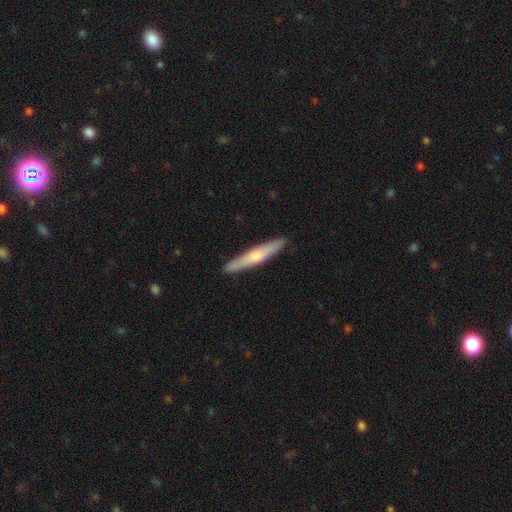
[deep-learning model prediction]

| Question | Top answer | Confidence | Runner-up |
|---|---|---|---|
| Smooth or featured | smooth | 50% | featured or disk (45%) |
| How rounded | cigar-shaped | 93% | in between (6%) |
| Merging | none | 90% | minor disturbance (7%) |